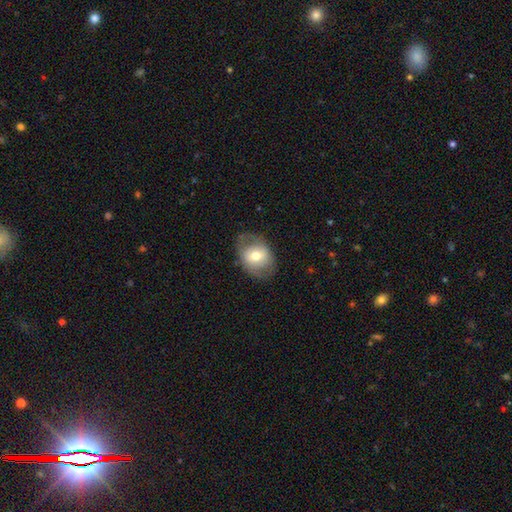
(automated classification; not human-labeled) This is possibly a smooth galaxy (57%). How rounded: likely in between (62%). Merging: likely none (72%).